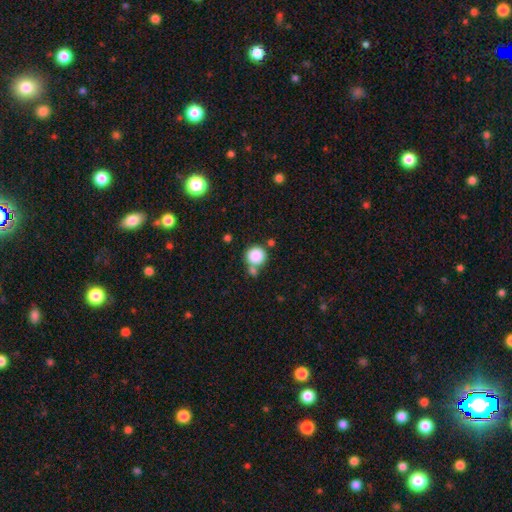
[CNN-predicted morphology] Smooth or featured? Predicted: smooth (p=0.86). How rounded? Predicted: round (p=0.91). Merging? Predicted: none (p=0.62).